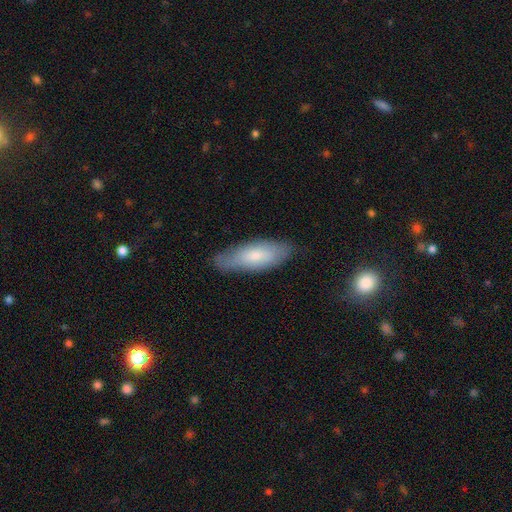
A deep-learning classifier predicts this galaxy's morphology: A smooth galaxy with no disk features (67%) that is in between round and cigar-shaped (66%). Merging: none (75%).